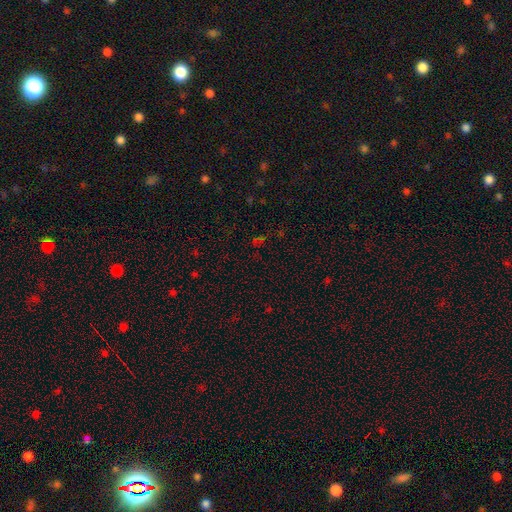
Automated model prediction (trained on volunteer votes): Overall: star or artifact (62%; smooth 29%).